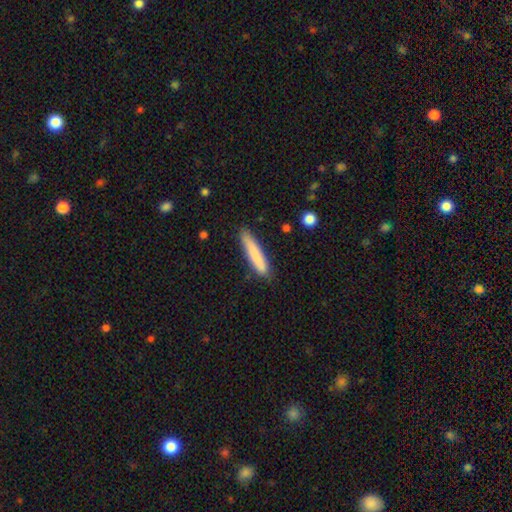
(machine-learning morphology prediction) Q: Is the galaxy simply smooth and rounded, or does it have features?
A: smooth — 82%.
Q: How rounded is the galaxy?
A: cigar-shaped — 90%.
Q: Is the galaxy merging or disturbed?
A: none — 85%.